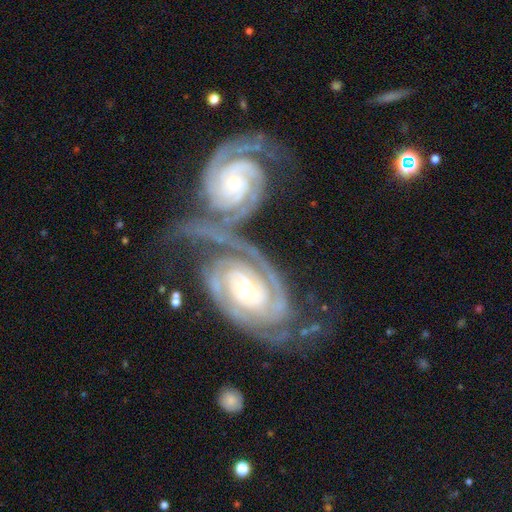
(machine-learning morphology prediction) Smooth or featured?
  - featured or disk: 93% *
  - star or artifact: 4%
  - smooth: 4%
Edge-on disk?
  - no: 96% *
  - yes: 4%
Bar?
  - no: 54% *
  - weak: 27%
  - strong: 19%
Spiral arms?
  - yes: 98% *
  - no: 2%
Spiral winding?
  - tight: 76% *
  - medium: 21%
  - loose: 3%
Spiral arm count?
  - 2: 74% *
  - 3: 11%
  - can't tell: 7%
  - 4: 3%
  - 1: 3%
  - more than 4: 3%
Bulge size?
  - moderate: 52% *
  - small: 34%
  - large: 10%
  - none: 2%
  - dominant: 2%
Merging?
  - merger: 54% *
  - none: 29%
  - minor disturbance: 11%
  - major disturbance: 6%